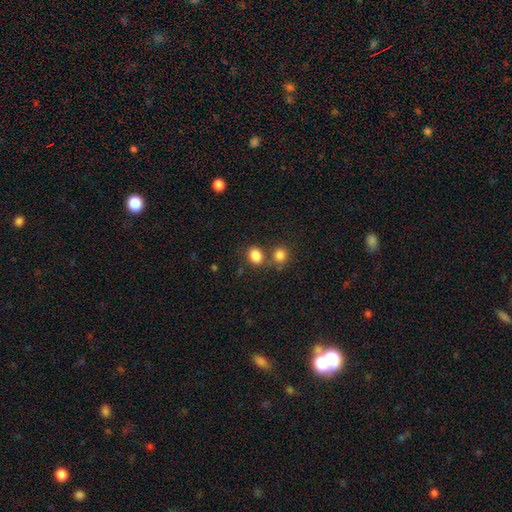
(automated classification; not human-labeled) Q: Smooth or featured?
A: smooth (84%); runner-up: star or artifact (11%)
Q: How rounded?
A: in between (58%); runner-up: round (41%)
Q: Merging?
A: none (61%); runner-up: merger (24%)